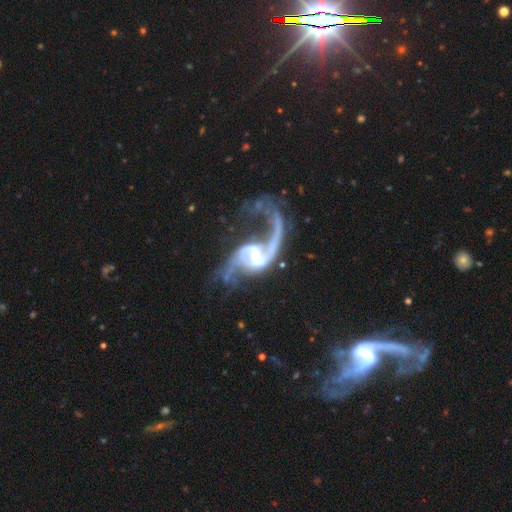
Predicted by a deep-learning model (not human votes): A featured or disk galaxy (92%) with a weak bar (46%), 2 (87%) loose (75%) spiral arms (97%) and a moderate central bulge (48%).

Vote fractions:
- Smooth or featured? featured or disk: 92% / star or artifact: 5% / smooth: 3%
- Edge-on disk? no: 98% / yes: 2%
- Bar? weak: 46% / strong: 43% / no: 11%
- Spiral arms? yes: 97% / no: 3%
- Spiral winding? loose: 75% / medium: 21% / tight: 4%
- Spiral arm count? 2: 87% / 1: 6% / can't tell: 2% / 3: 2% / 4: 1% / more than 4: 1%
- Bulge size? moderate: 48% / small: 32% / large: 11% / none: 8% / dominant: 2%
- Merging? none: 39% / major disturbance: 38% / minor disturbance: 14% / merger: 9%